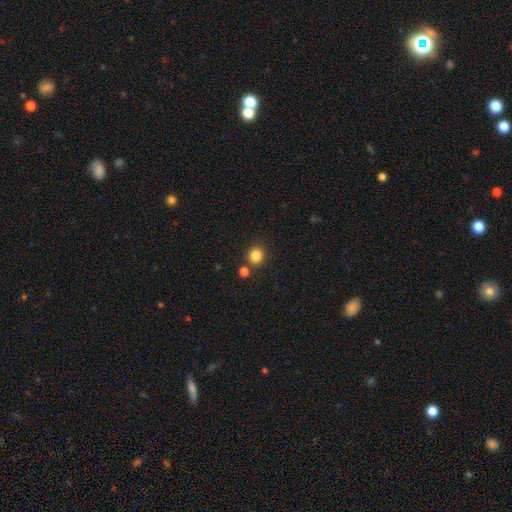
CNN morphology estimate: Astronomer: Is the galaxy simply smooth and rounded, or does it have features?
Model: smooth — 84%.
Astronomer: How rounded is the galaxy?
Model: round — 86%.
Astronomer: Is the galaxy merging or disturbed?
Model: none — 81%.